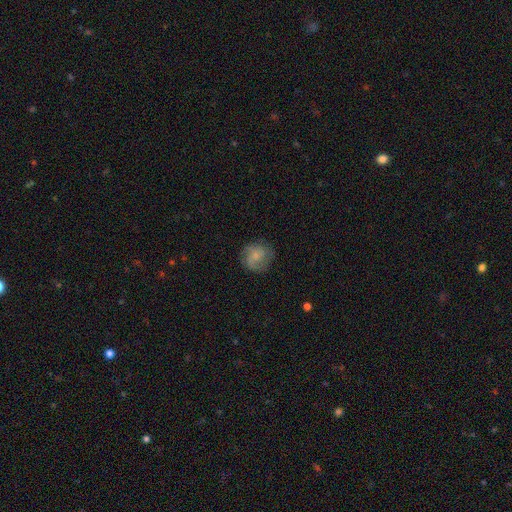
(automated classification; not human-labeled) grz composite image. It shows a smooth galaxy with no disk features (54%) that is round (86%). Merging: none (76%).